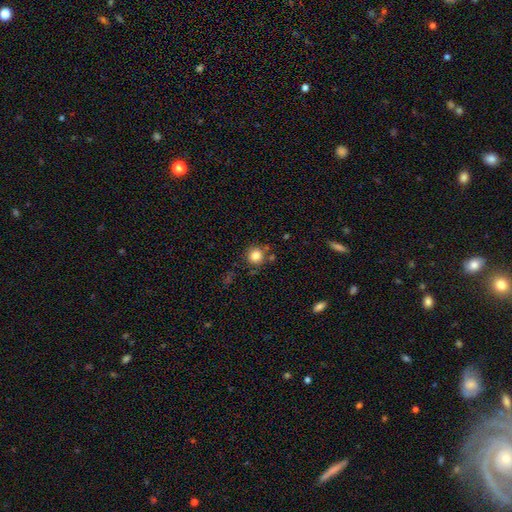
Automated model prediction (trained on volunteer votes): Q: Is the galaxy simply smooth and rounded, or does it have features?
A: smooth — 82%.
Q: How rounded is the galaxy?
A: round — 93%.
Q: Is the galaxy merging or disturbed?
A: none — 79%.